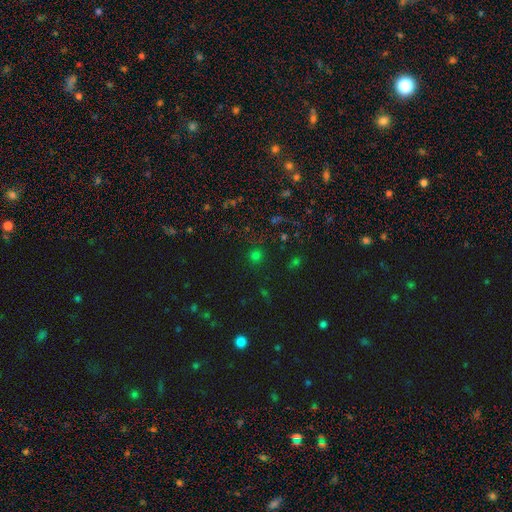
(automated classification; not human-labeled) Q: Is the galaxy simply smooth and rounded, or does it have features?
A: smooth — 64%.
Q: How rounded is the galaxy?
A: round — 90%.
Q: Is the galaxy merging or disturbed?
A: none — 84%.